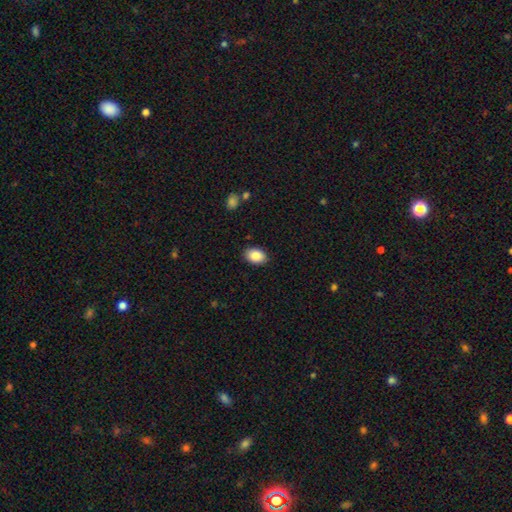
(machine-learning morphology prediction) Overall: smooth (86%). How rounded: in between (82%). Merging: none (88%).